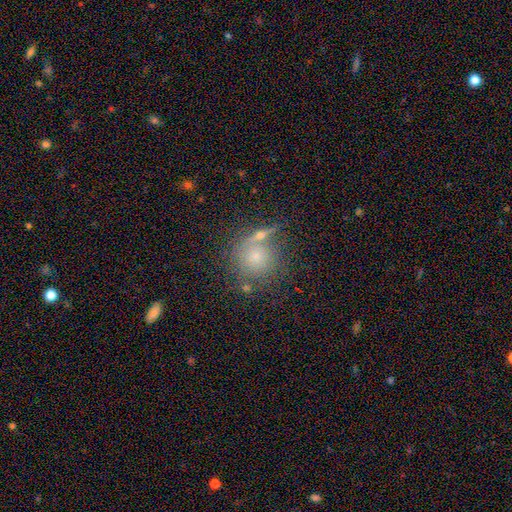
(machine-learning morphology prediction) Overall: smooth (66%). How rounded: round (92%). Merging: none (66%).